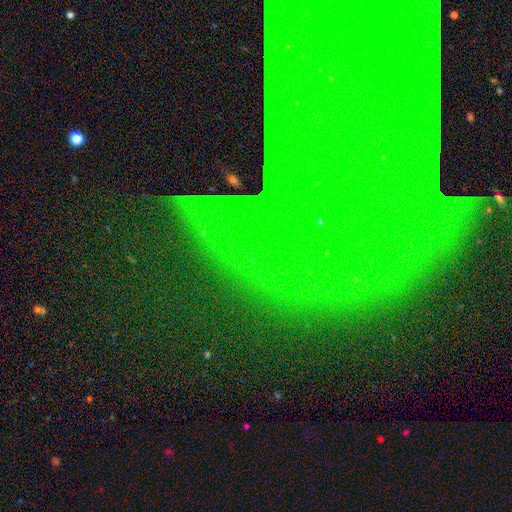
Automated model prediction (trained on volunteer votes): Morphology: type=star or artifact (79%).